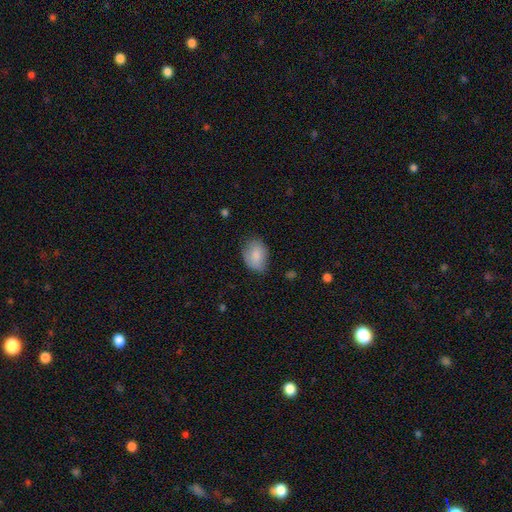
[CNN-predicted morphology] type=smooth (83%); roundness=in between (76%); merging=none (71%).